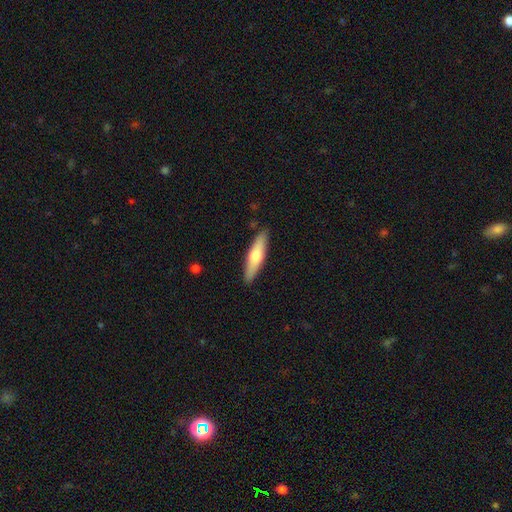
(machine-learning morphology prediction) type=smooth (57%); roundness=cigar-shaped (76%); merging=none (89%).